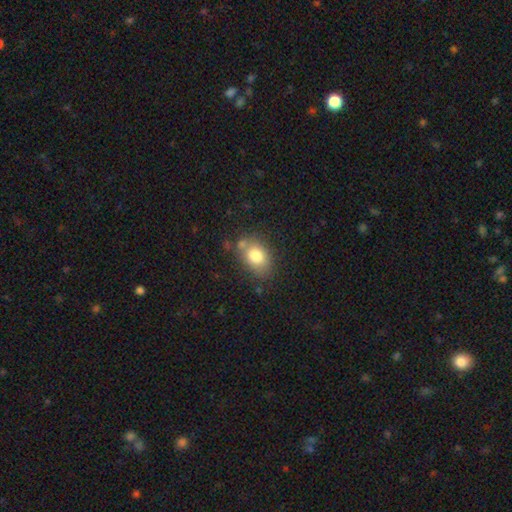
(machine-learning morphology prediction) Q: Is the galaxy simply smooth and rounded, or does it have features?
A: smooth — 79%.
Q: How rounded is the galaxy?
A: in between — 76%.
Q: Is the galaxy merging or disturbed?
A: none — 66%.